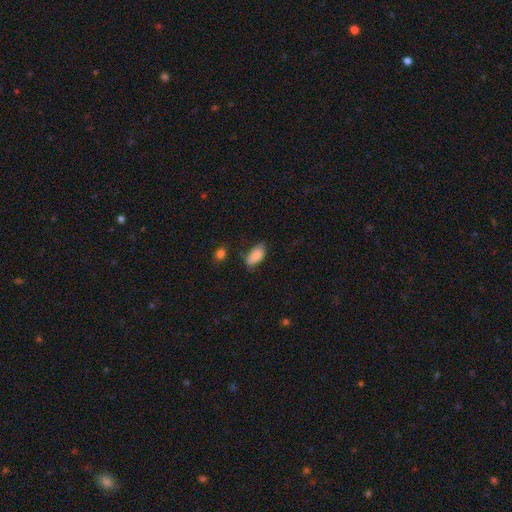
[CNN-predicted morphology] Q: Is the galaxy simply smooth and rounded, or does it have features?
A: smooth — 86%.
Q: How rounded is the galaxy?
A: in between — 92%.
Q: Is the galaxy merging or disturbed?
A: none — 62%.